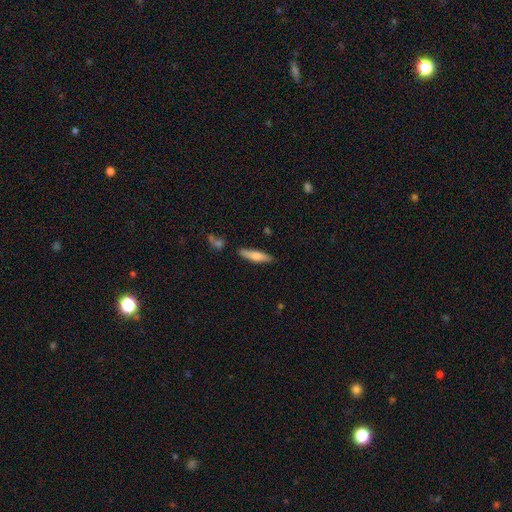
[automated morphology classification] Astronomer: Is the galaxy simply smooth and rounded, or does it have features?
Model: smooth — 64%.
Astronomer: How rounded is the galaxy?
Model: cigar-shaped — 79%.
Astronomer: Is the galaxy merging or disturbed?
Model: none — 85%.